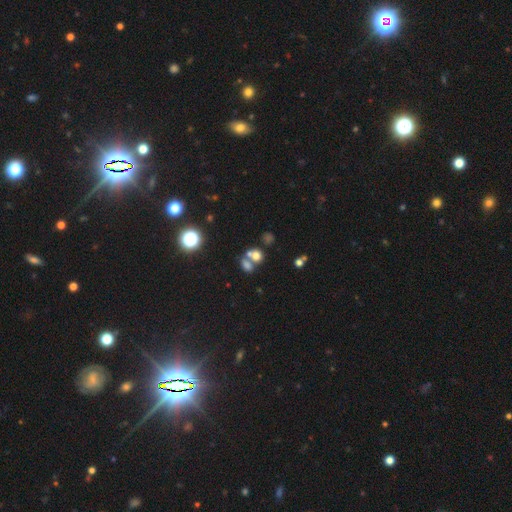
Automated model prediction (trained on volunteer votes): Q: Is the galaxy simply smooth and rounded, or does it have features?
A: smooth — 65%.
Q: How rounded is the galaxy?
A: round — 61%.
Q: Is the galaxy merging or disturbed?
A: merger — 50%.